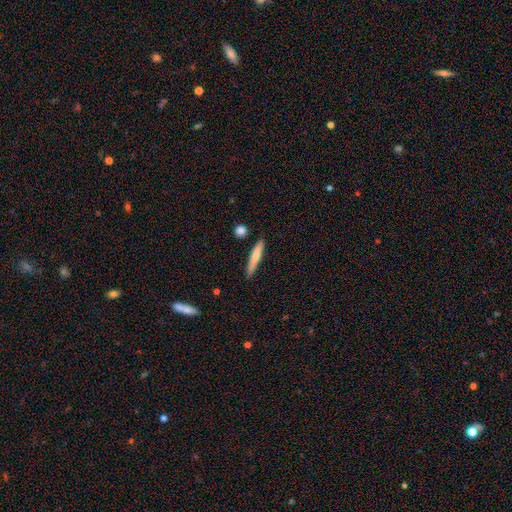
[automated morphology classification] A smooth galaxy with no disk features (68%) that is cigar-shaped (91%). Merging: none (85%).